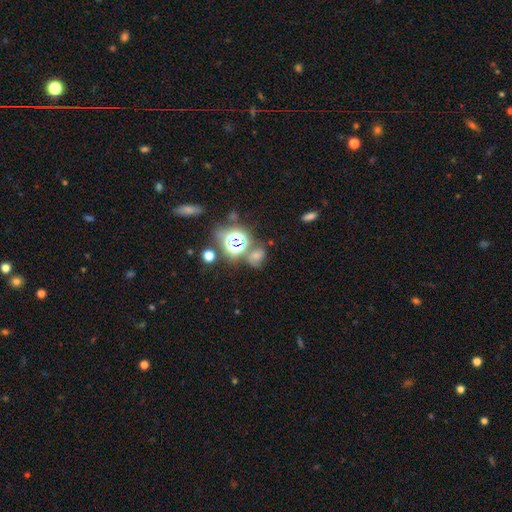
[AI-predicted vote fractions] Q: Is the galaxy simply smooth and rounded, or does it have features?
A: smooth — 44%.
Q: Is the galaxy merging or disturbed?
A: none — 57%.